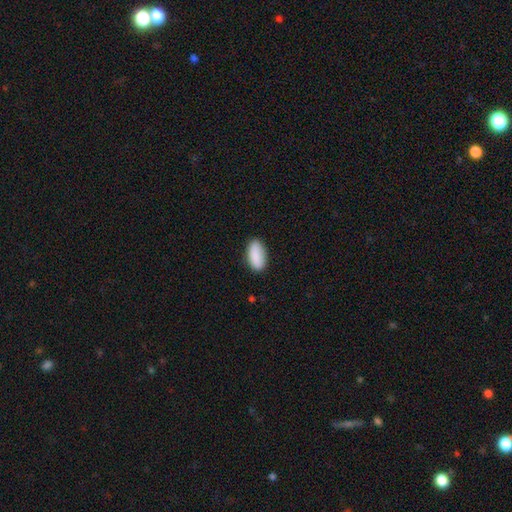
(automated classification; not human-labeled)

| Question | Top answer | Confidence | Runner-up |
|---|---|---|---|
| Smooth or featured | smooth | 88% | star or artifact (7%) |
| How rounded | in between | 90% | cigar-shaped (8%) |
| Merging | none | 83% | minor disturbance (13%) |